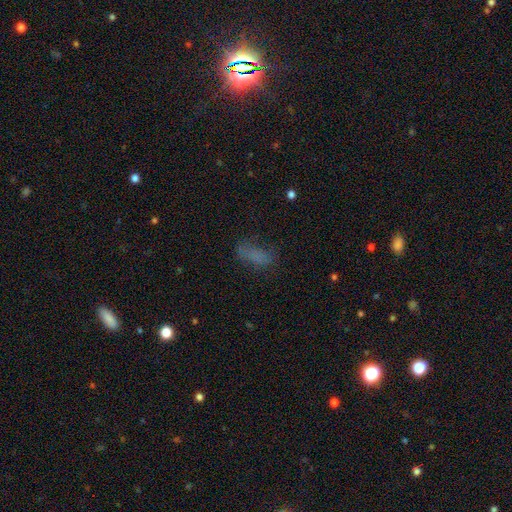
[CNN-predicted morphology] Overall: smooth (71%). How rounded: in between (71%). Merging: none (59%; minor disturbance 23%).